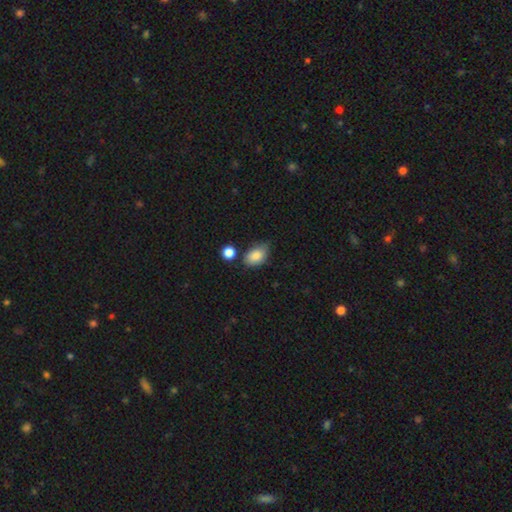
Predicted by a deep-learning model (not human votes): A smooth galaxy with no disk features (84%) that is in between round and cigar-shaped (85%). Merging: none (54%).